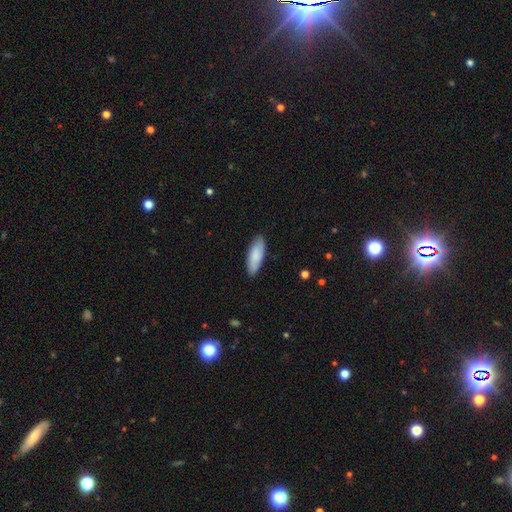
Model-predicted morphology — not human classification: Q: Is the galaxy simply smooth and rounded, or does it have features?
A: smooth — 82%.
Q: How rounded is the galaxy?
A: in between — 69%.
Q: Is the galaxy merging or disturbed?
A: none — 86%.